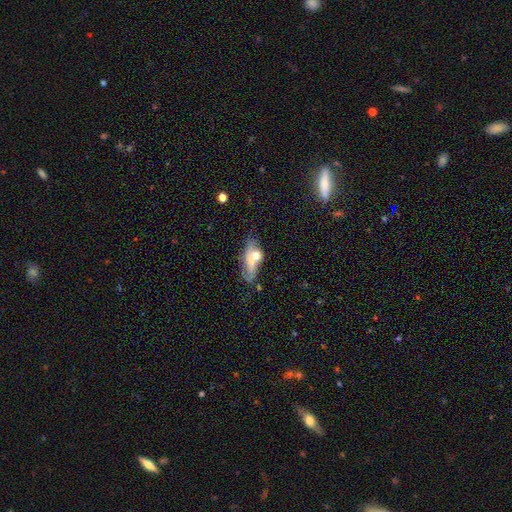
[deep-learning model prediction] smooth-or-featured: smooth: 51% | featured or disk: 39% | star or artifact: 10%
  how-rounded: in between: 72% | cigar-shaped: 19% | round: 9%
  merging: none: 30% | major disturbance: 25% | minor disturbance: 22% | merger: 22%